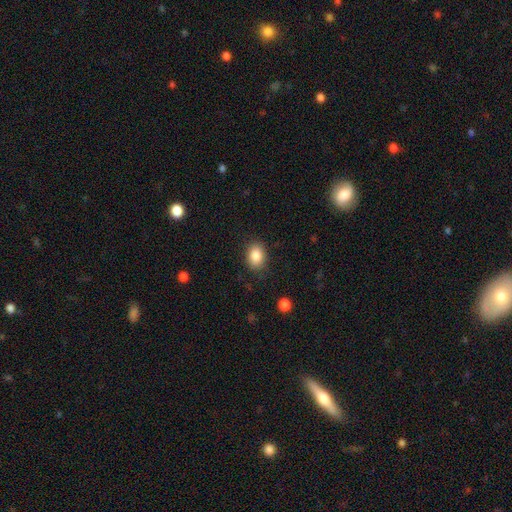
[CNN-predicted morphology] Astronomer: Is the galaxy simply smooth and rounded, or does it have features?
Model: smooth — 86%.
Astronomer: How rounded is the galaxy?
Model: in between — 73%.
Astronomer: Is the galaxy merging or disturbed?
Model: none — 85%.